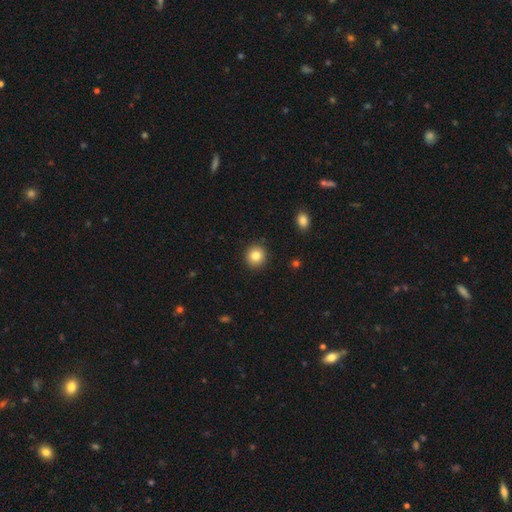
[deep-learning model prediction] Morphology: type=smooth (83%); roundness=round (91%); merging=none (91%).